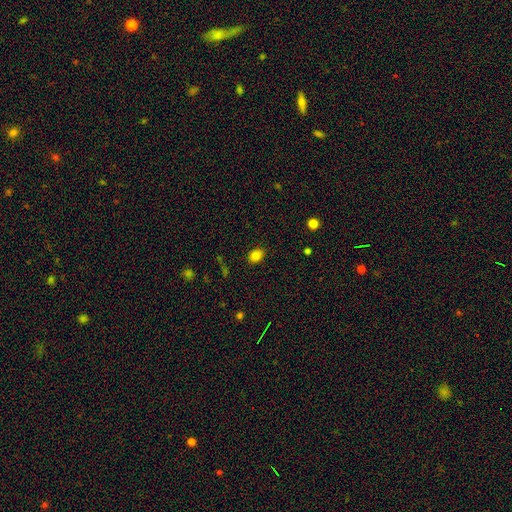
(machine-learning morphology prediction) The model was most divided on "how rounded": in between: 59%, round: 40%, cigar-shaped: 1%. More confident: merging — none (87%); smooth or featured — smooth (82%).